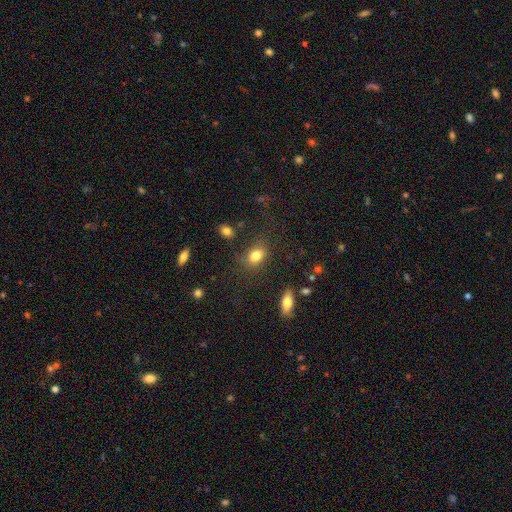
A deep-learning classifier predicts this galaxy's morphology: A smooth galaxy with no disk features (81%) that is in between round and cigar-shaped (73%). Merging: none (76%).